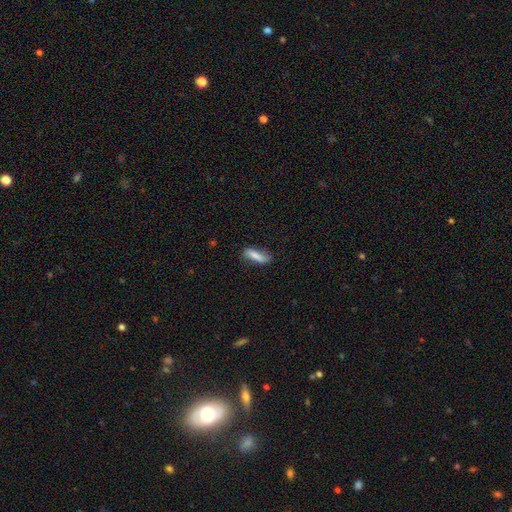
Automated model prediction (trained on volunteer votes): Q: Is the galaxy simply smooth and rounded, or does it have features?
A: smooth — 74%.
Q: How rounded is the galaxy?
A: in between — 49%.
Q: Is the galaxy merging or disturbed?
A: none — 66%.